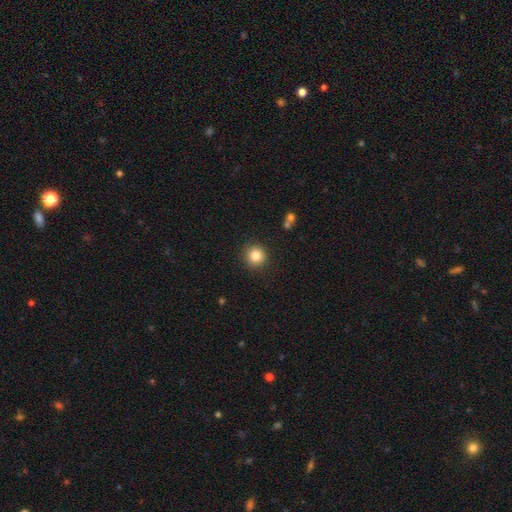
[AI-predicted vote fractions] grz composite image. It shows a smooth galaxy with no disk features (84%) that is round (93%). Merging: none (89%).